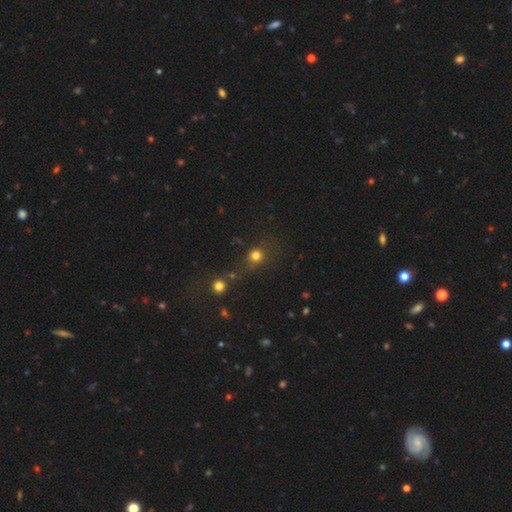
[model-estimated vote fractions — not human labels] smooth 73%, star or artifact 20%, featured or disk 7%. Down the decision tree: how rounded — round (86%); merging — none (64%).